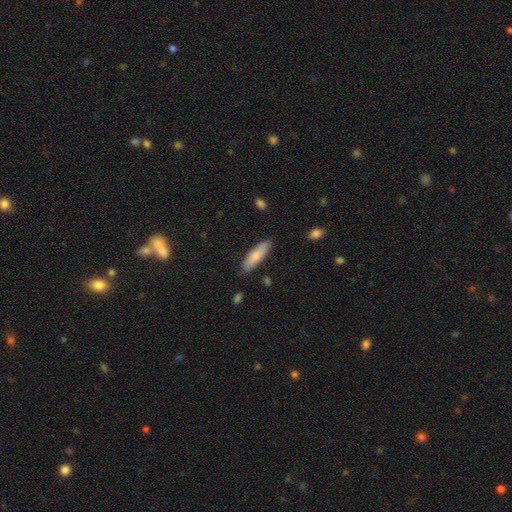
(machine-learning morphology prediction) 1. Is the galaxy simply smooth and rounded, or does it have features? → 77% smooth, 18% featured or disk, 6% star or artifact.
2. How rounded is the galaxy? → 51% cigar-shaped, 47% in between, 2% round.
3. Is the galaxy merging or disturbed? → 83% none, 13% minor disturbance, 2% major disturbance, 2% merger.